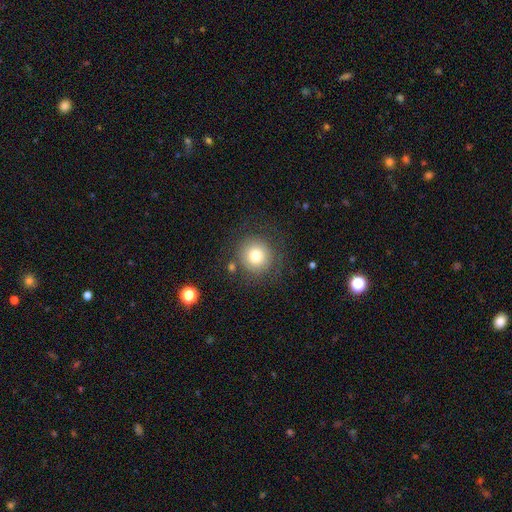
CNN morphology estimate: A smooth galaxy with no disk features (77%) that is round (94%). Merging: none (79%).